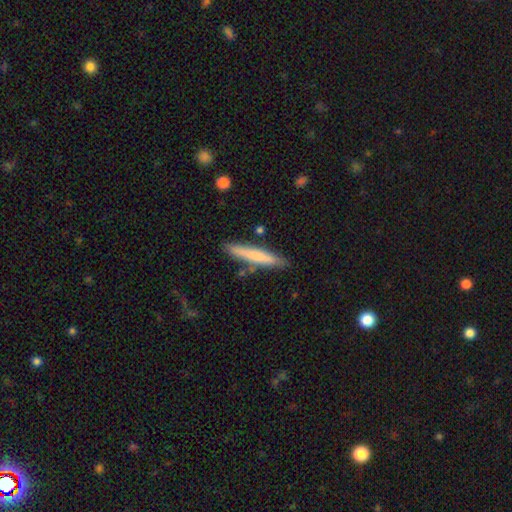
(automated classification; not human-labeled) The model was most divided on "smooth or featured": smooth: 71%, featured or disk: 24%, star or artifact: 5%. More confident: how rounded — cigar-shaped (94%); merging — none (83%).